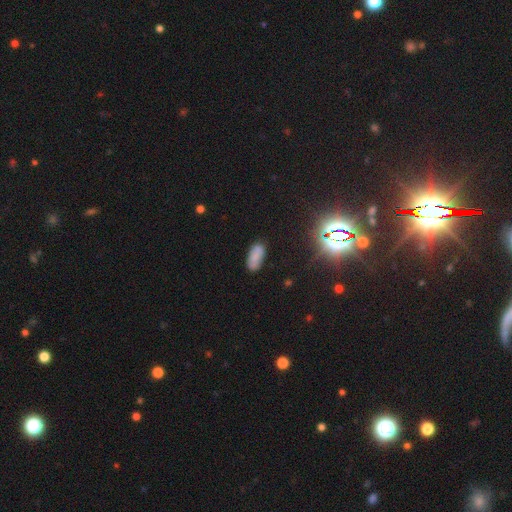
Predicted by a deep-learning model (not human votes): Q: Smooth or featured?
A: smooth (73%); runner-up: featured or disk (14%)
Q: How rounded?
A: in between (90%); runner-up: cigar-shaped (7%)
Q: Merging?
A: none (77%); runner-up: minor disturbance (17%)